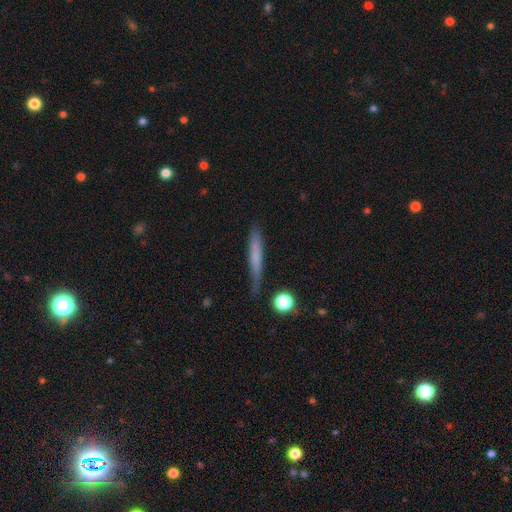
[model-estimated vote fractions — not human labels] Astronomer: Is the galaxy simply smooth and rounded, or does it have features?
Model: smooth — 62%.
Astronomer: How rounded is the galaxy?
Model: cigar-shaped — 93%.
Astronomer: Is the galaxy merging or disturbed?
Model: none — 73%.